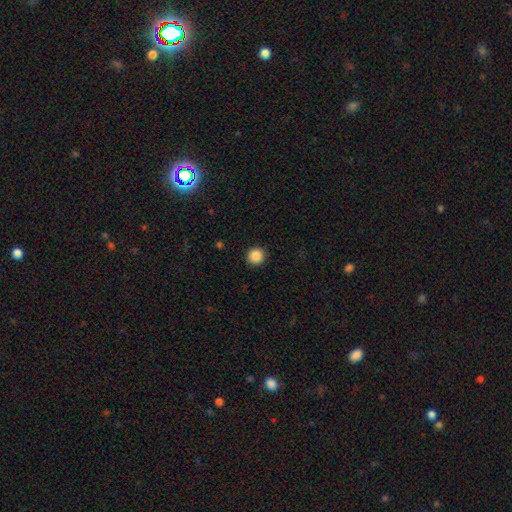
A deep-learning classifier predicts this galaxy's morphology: type=smooth (87%); roundness=round (95%); merging=none (92%).